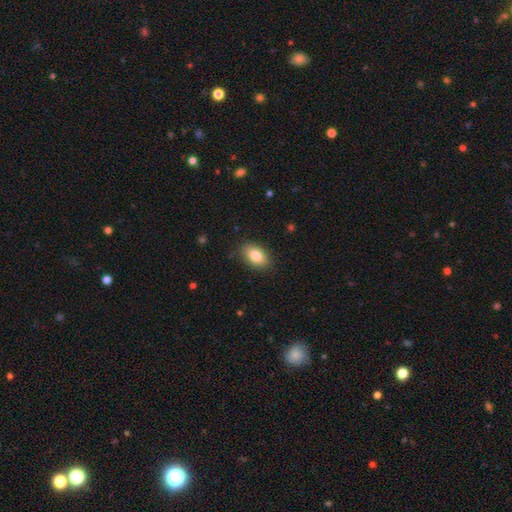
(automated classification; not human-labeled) smooth_or_featured: smooth (p=0.83) [alt: featured or disk p=0.09]
how_rounded: in between (p=0.90) [alt: round p=0.08]
merging: none (p=0.86) [alt: minor disturbance p=0.11]